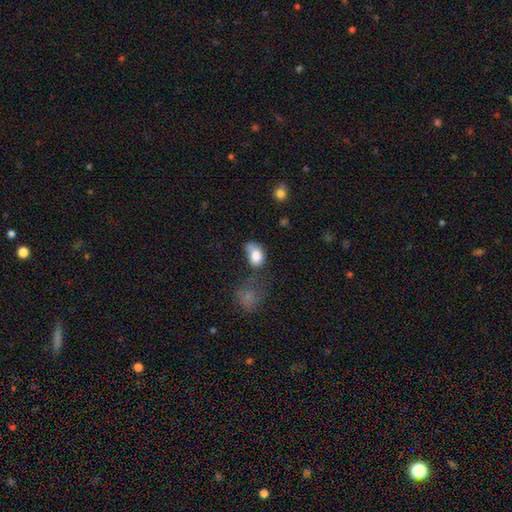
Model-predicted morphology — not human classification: Smooth or featured: smooth — 81% (featured or disk — 10%)
How rounded: in between — 73% (round — 25%)
Merging: minor disturbance — 31% (none — 30%)